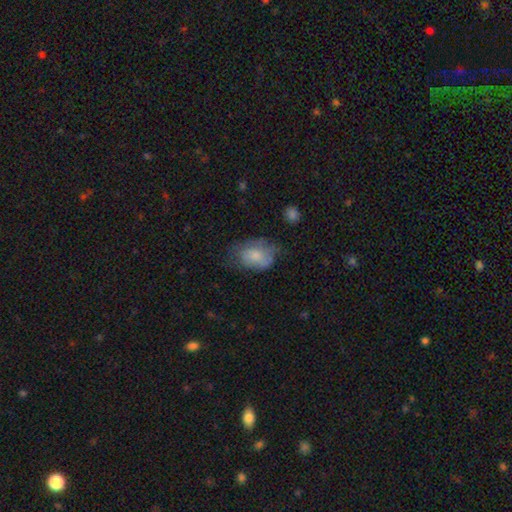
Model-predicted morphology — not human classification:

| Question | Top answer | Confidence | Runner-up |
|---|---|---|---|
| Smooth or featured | smooth | 67% | featured or disk (25%) |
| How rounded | in between | 81% | round (18%) |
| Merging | none | 39% | minor disturbance (35%) |